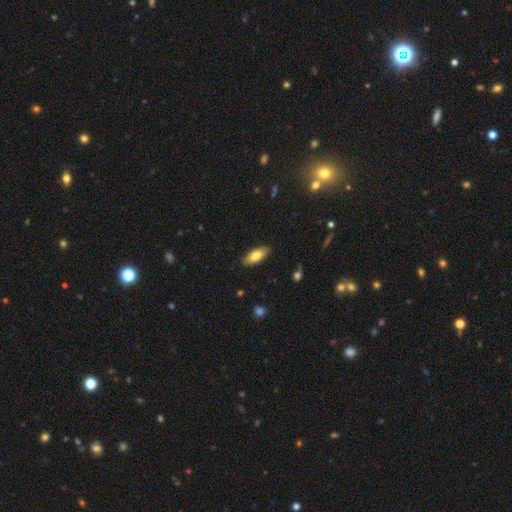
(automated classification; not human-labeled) smooth_or_featured: smooth (p=0.78) [alt: featured or disk p=0.15]
how_rounded: in between (p=0.79) [alt: cigar-shaped p=0.18]
merging: none (p=0.88) [alt: minor disturbance p=0.09]